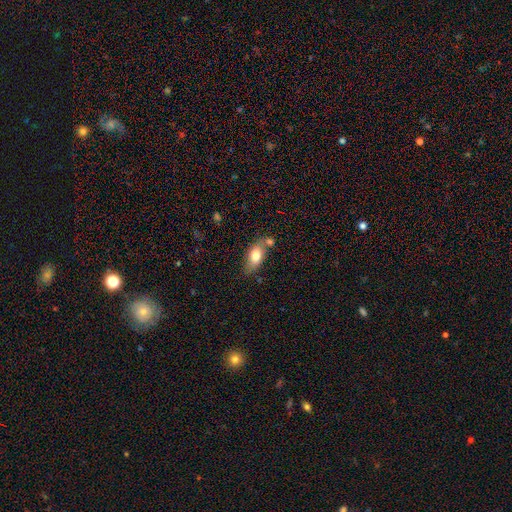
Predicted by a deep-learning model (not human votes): Q: Smooth or featured?
A: smooth (74%); runner-up: featured or disk (19%)
Q: How rounded?
A: in between (86%); runner-up: cigar-shaped (8%)
Q: Merging?
A: none (62%); runner-up: minor disturbance (18%)